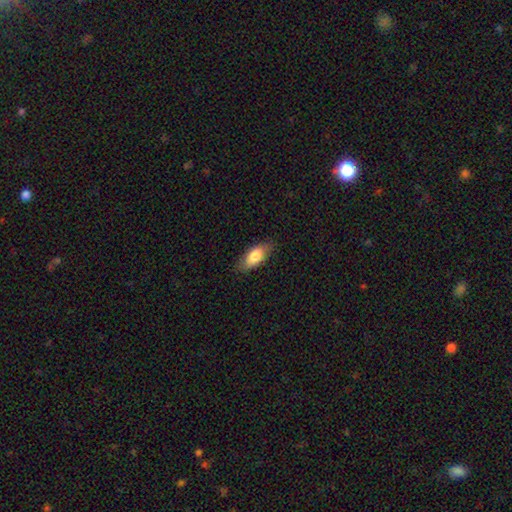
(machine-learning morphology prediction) This is likely a smooth galaxy (79%). How rounded: clearly in between (84%). Merging: clearly none (82%).